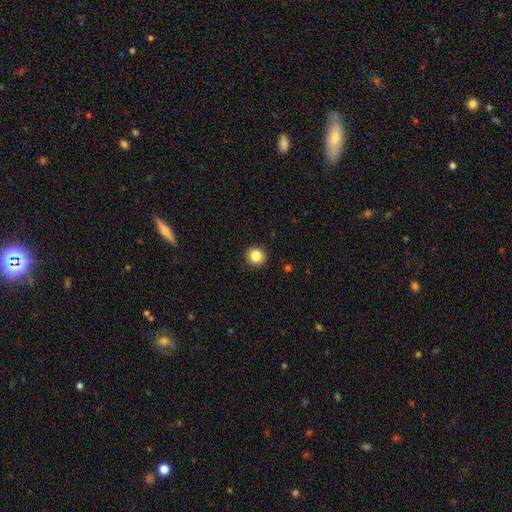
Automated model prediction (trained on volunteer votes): smooth 85%, star or artifact 10%, featured or disk 5%. Down the decision tree: how rounded — round (92%); merging — none (92%).